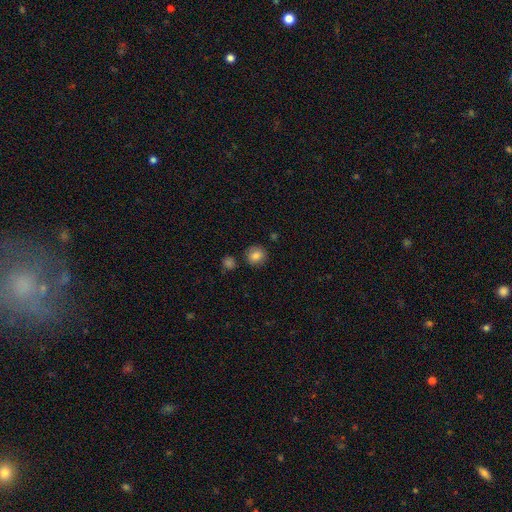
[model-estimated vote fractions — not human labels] Smooth or featured? Predicted: smooth (p=0.84). How rounded? Predicted: round (p=0.85). Merging? Predicted: none (p=0.83).